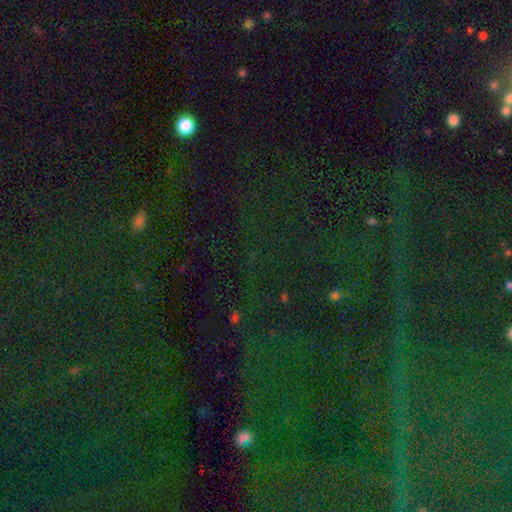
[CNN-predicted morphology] Q: Smooth or featured?
A: star or artifact (78%); runner-up: smooth (13%)